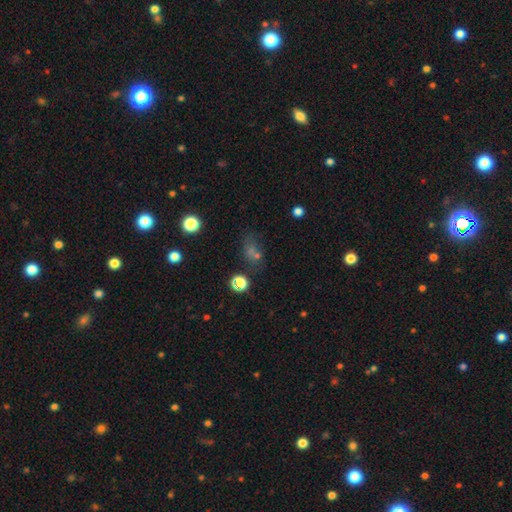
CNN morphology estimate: smooth 48%, star or artifact 37%, featured or disk 15%. Down the decision tree: merging — none (54%).